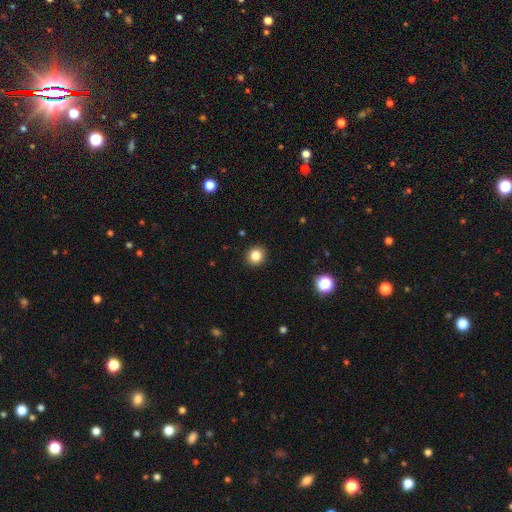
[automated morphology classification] Q: Smooth or featured?
A: smooth (84%); runner-up: star or artifact (11%)
Q: How rounded?
A: round (89%); runner-up: in between (10%)
Q: Merging?
A: none (92%); runner-up: minor disturbance (5%)